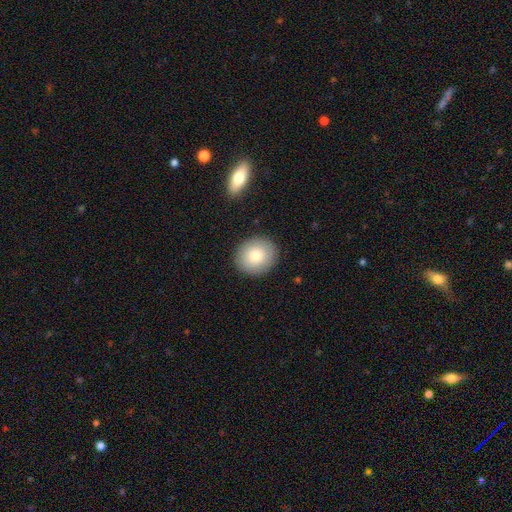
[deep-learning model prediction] Smooth or featured: smooth — 81% (featured or disk — 11%)
How rounded: round — 82% (in between — 17%)
Merging: none — 90% (minor disturbance — 7%)